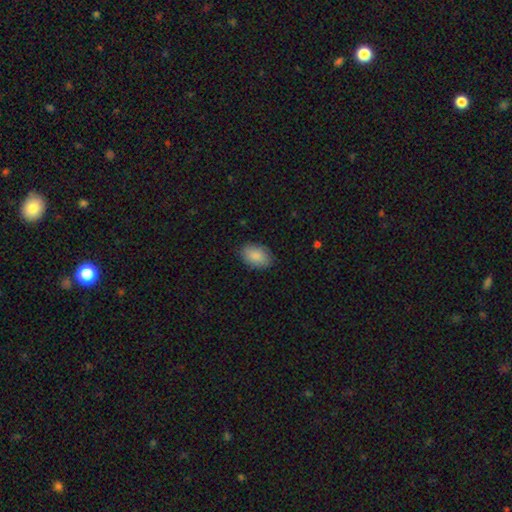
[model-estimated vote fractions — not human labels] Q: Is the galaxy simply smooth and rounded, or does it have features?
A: smooth — 89%.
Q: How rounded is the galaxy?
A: in between — 90%.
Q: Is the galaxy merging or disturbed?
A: none — 85%.